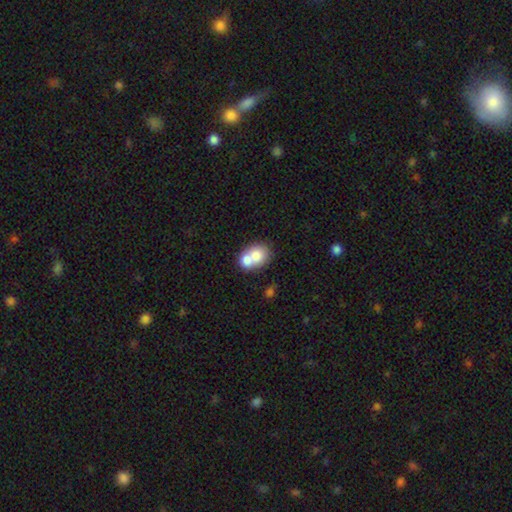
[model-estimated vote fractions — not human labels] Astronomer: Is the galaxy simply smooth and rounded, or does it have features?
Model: smooth — 72%.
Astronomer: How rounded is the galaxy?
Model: round — 52% (runner-up: in between, 47%).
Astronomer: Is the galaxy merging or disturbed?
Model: merger — 64%.